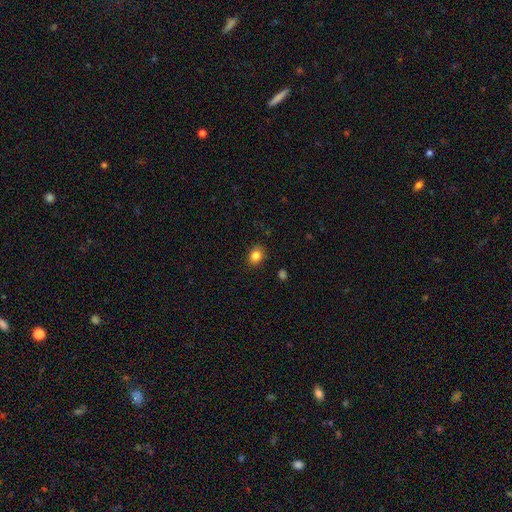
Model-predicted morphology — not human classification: This is clearly a smooth galaxy (84%). How rounded: possibly in between (50%). Merging: clearly none (87%).